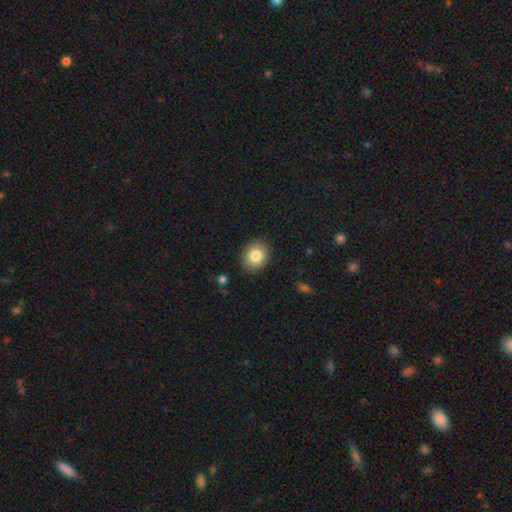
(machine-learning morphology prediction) smooth 83%, star or artifact 8%, featured or disk 8%. Down the decision tree: how rounded — round (55%); merging — none (88%).